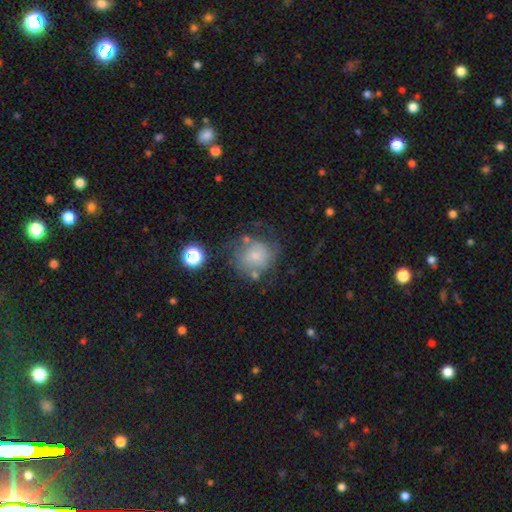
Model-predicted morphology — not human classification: This appears to be a smooth galaxy with no disk features (57%) that is round (85%). Merging: none (50%).